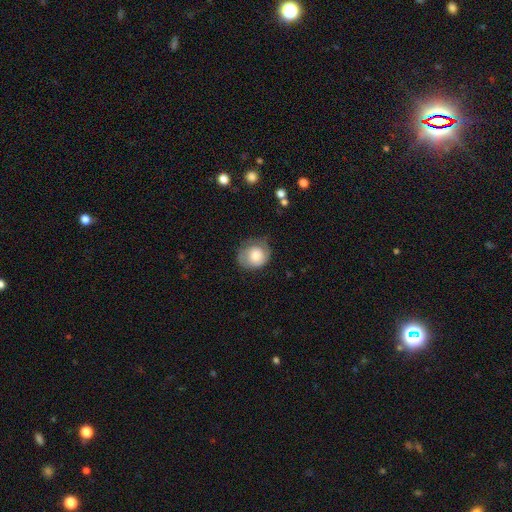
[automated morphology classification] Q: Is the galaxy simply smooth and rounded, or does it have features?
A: smooth — 71%.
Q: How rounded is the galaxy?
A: round — 71%.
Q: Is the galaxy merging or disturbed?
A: none — 55%.